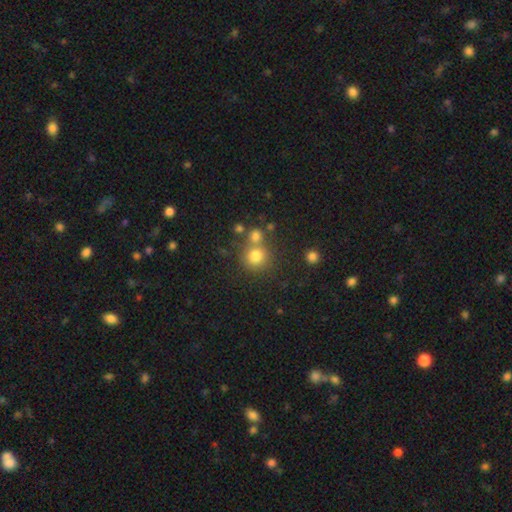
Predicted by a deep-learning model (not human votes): A smooth galaxy with no disk features (77%) that is round (89%). Merging: none (61%).